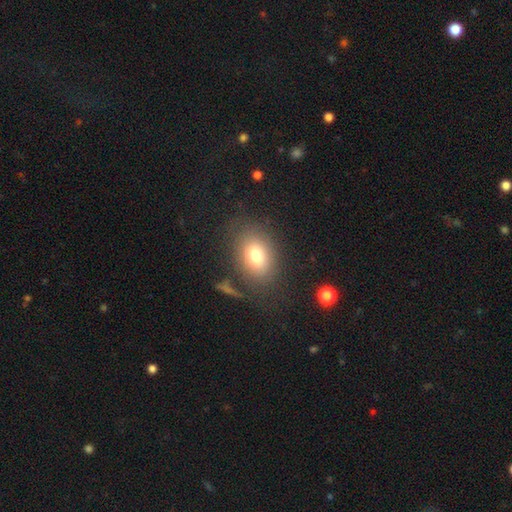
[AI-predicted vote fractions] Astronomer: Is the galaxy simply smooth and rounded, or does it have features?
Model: smooth — 77%.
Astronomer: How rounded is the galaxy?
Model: in between — 78%.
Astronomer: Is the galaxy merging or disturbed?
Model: none — 76%.